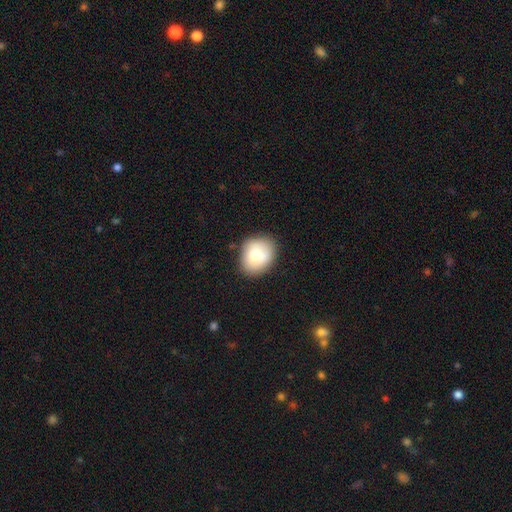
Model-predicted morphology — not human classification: Q: Smooth or featured?
A: smooth (73%); runner-up: featured or disk (18%)
Q: How rounded?
A: round (57%); runner-up: in between (42%)
Q: Merging?
A: none (80%); runner-up: minor disturbance (14%)